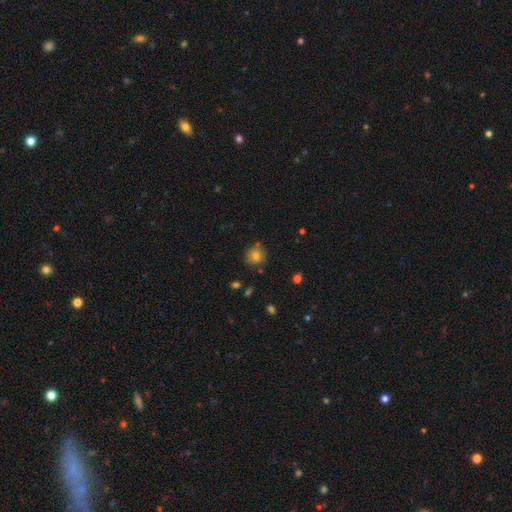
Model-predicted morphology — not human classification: smooth_or_featured: smooth (p=0.78) [alt: star or artifact p=0.13]
how_rounded: round (p=0.90) [alt: in between p=0.09]
merging: none (p=0.80) [alt: minor disturbance p=0.13]